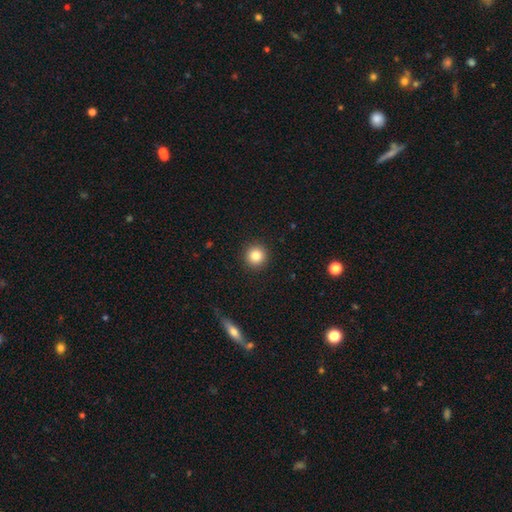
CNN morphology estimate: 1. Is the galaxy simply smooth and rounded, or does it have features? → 83% smooth, 11% star or artifact, 6% featured or disk.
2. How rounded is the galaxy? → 95% round, 4% in between, 1% cigar-shaped.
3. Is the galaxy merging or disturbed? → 92% none, 5% minor disturbance, 2% major disturbance, 1% merger.